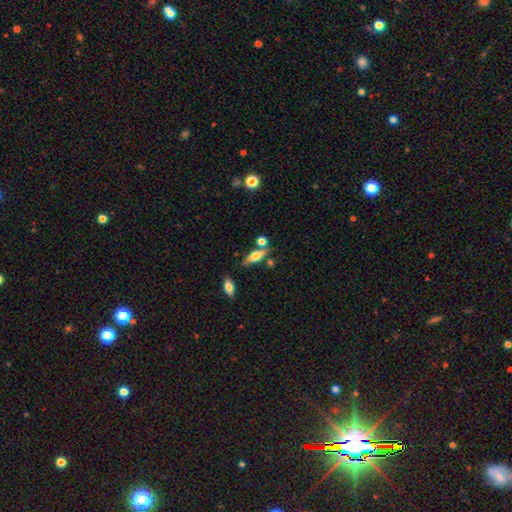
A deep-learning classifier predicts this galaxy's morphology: Smooth or featured?
  - smooth: 54% *
  - featured or disk: 38%
  - star or artifact: 8%
How rounded?
  - in between: 51% *
  - cigar-shaped: 44%
  - round: 4%
Merging?
  - none: 66% *
  - merger: 15%
  - minor disturbance: 14%
  - major disturbance: 5%